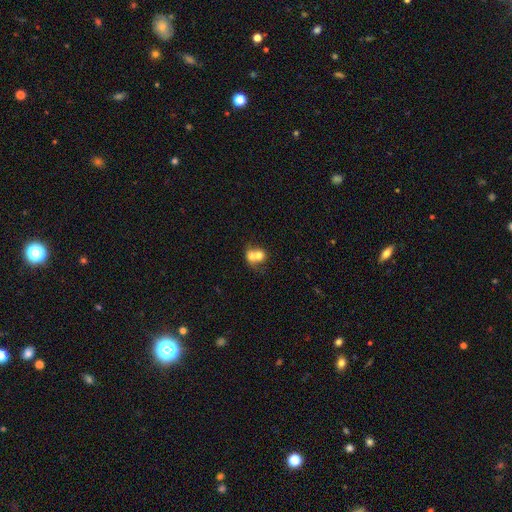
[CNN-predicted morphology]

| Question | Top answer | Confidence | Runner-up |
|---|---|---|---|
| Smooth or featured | smooth | 67% | featured or disk (24%) |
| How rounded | round | 69% | in between (30%) |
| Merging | merger | 72% | none (20%) |